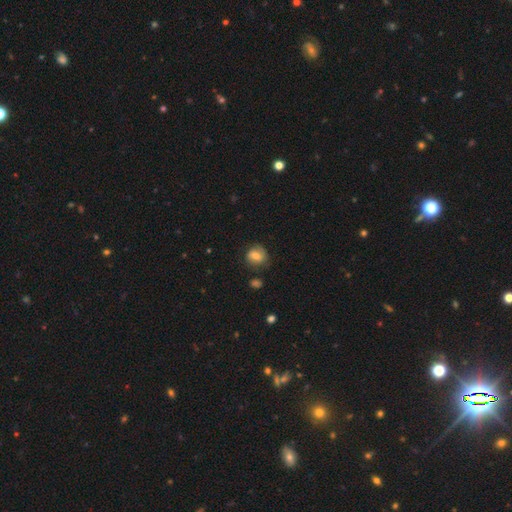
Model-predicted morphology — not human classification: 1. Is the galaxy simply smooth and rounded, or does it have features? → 66% smooth, 25% featured or disk, 9% star or artifact.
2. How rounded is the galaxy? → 67% round, 32% in between, 1% cigar-shaped.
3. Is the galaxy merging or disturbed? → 71% none, 20% minor disturbance, 6% major disturbance, 3% merger.